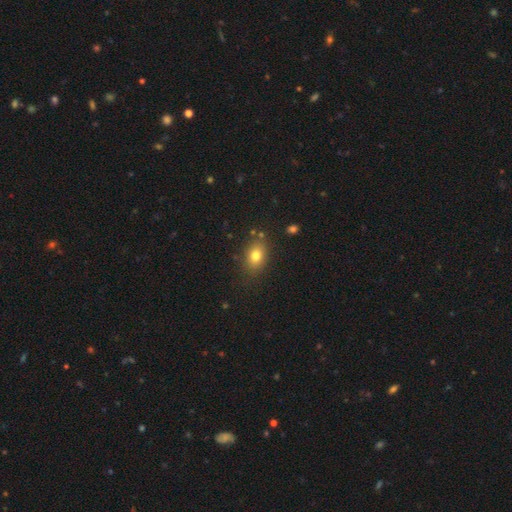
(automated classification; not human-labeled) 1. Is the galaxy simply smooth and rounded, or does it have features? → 78% smooth, 12% star or artifact, 11% featured or disk.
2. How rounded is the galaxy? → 71% in between, 28% round, 2% cigar-shaped.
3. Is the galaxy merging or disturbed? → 81% none, 12% minor disturbance, 3% major disturbance, 3% merger.